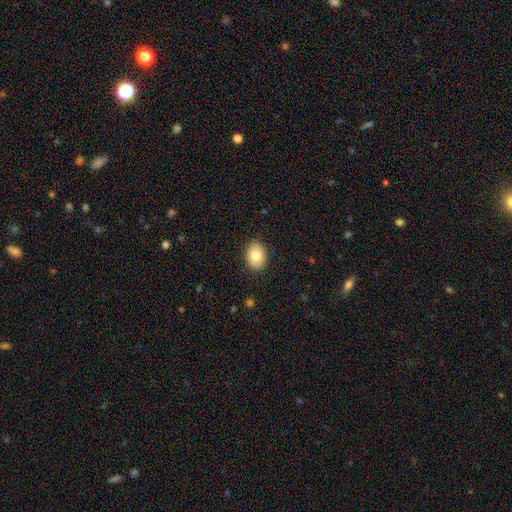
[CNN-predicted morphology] Smooth or featured: smooth — 81% (featured or disk — 11%)
How rounded: in between — 68% (round — 31%)
Merging: none — 88% (minor disturbance — 9%)